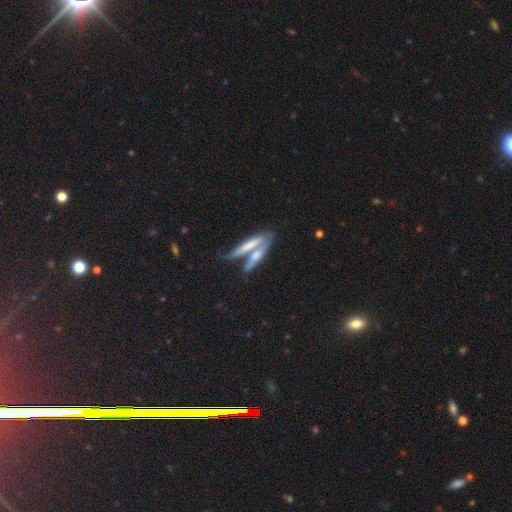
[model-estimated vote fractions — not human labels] Smooth or featured? Predicted: smooth (p=0.49). Merging? Predicted: merger (p=0.43).